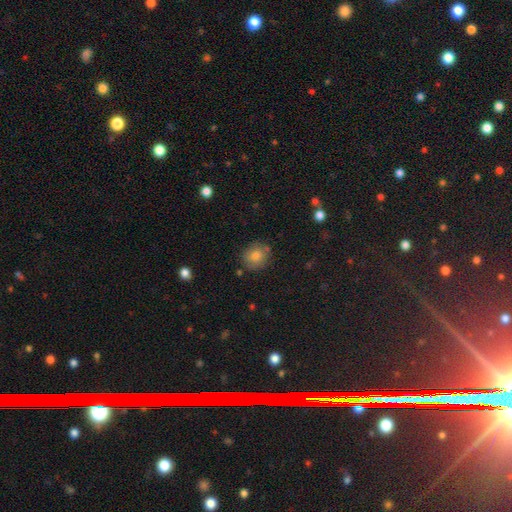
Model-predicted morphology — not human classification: This is likely a smooth galaxy (79%). How rounded: likely round (76%). Merging: clearly none (81%).